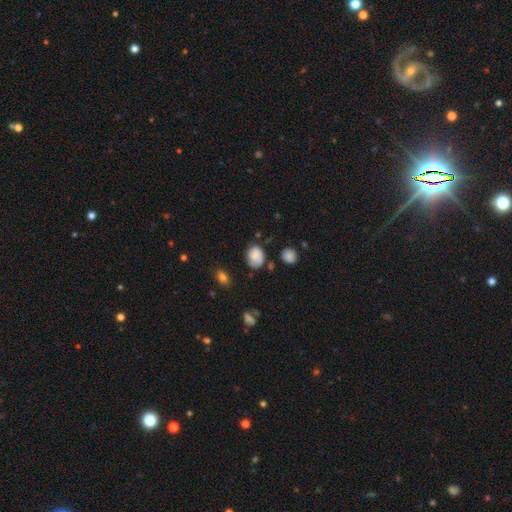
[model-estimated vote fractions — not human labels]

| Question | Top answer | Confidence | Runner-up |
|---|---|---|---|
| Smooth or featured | smooth | 67% | featured or disk (24%) |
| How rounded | in between | 60% | round (39%) |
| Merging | none | 59% | minor disturbance (27%) |